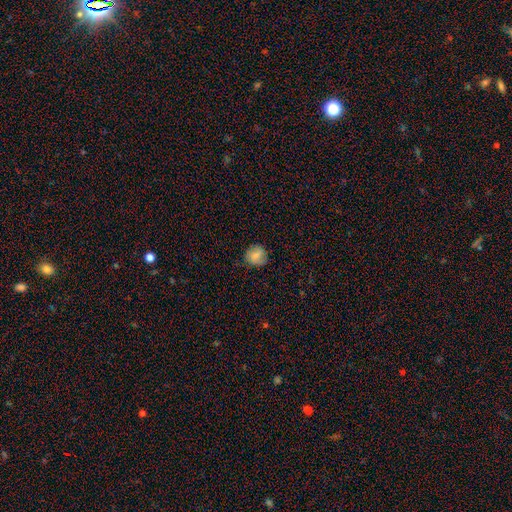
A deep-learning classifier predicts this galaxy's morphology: This is likely a smooth galaxy (73%). How rounded: clearly round (80%). Merging: likely none (75%).